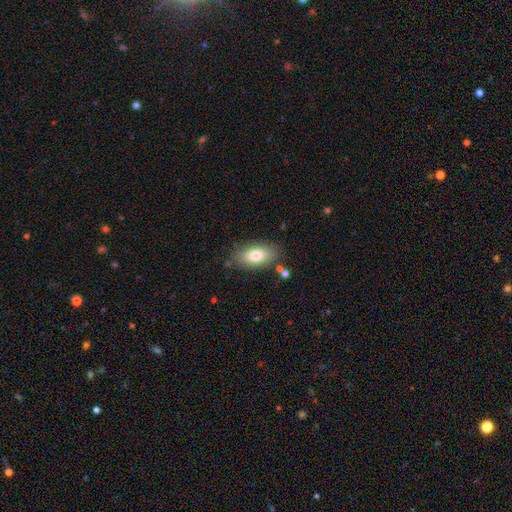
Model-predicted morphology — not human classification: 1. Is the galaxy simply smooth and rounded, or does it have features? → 78% smooth, 14% featured or disk, 7% star or artifact.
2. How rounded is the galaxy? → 90% in between, 5% cigar-shaped, 5% round.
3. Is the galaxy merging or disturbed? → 81% none, 12% minor disturbance, 3% major disturbance, 3% merger.